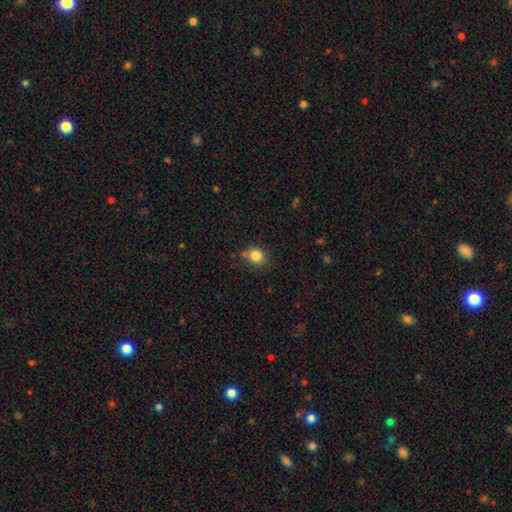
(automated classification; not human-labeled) A smooth galaxy with no disk features (84%) that is round (70%).

Vote fractions:
- Smooth or featured? smooth: 84% / star or artifact: 11% / featured or disk: 6%
- How rounded? round: 70% / in between: 29% / cigar-shaped: 1%
- Merging? none: 77% / minor disturbance: 15% / merger: 5% / major disturbance: 4%